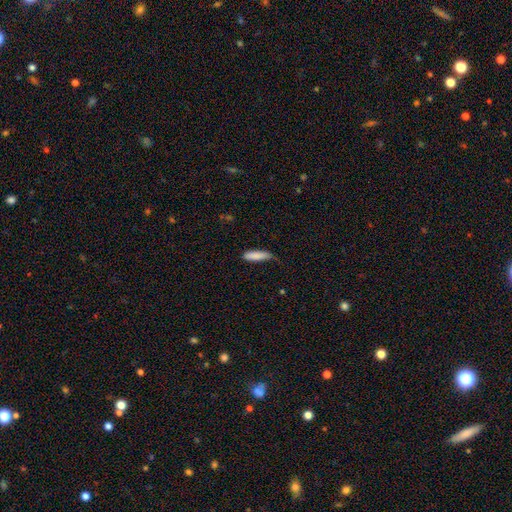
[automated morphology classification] The model was most divided on "merging": none: 57%, minor disturbance: 34%, major disturbance: 7%, merger: 2%. More confident: smooth or featured — smooth (86%); how rounded — cigar-shaped (70%).